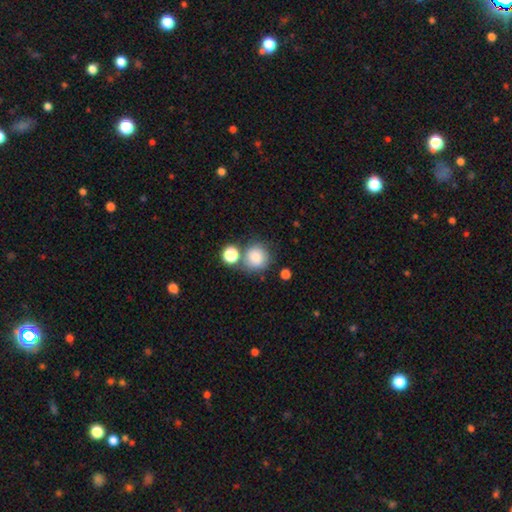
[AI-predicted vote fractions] Q: Smooth or featured?
A: smooth (83%); runner-up: star or artifact (10%)
Q: How rounded?
A: round (89%); runner-up: in between (10%)
Q: Merging?
A: none (63%); runner-up: merger (20%)